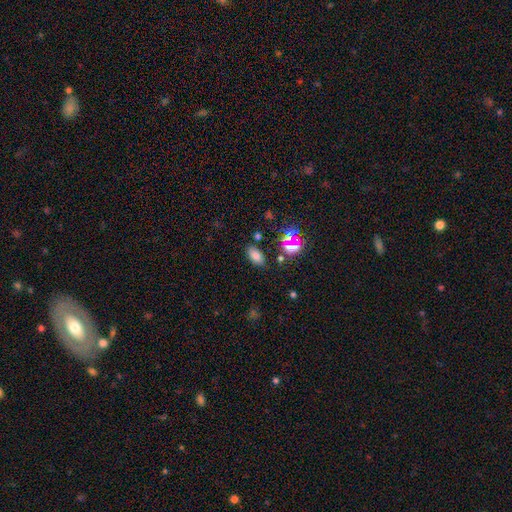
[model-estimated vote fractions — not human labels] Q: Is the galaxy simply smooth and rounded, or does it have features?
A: smooth — 71%.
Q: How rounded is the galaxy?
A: in between — 90%.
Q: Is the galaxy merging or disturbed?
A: none — 82%.